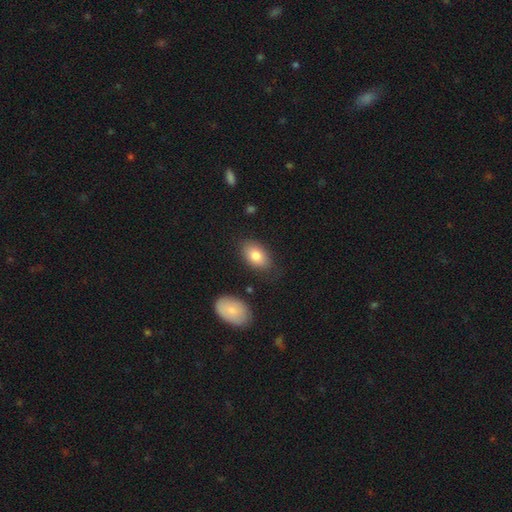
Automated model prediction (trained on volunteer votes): smooth_or_featured: smooth (p=0.81) [alt: featured or disk p=0.12]
how_rounded: in between (p=0.90) [alt: round p=0.08]
merging: none (p=0.80) [alt: minor disturbance p=0.13]